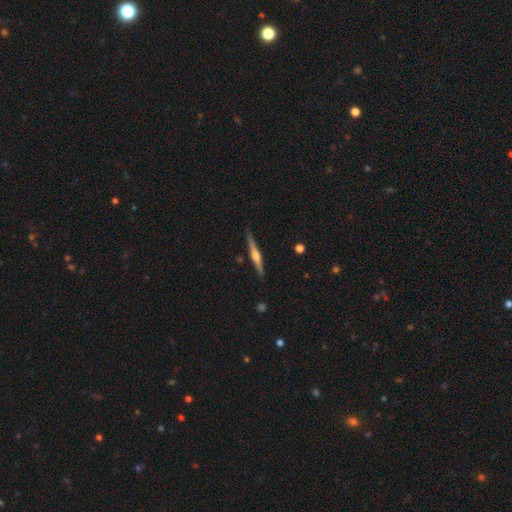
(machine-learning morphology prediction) featured or disk 66%, smooth 28%, star or artifact 6%. Down the decision tree: edge-on disk — yes (98%); edge-on bulge — rounded (80%); merging — none (85%).